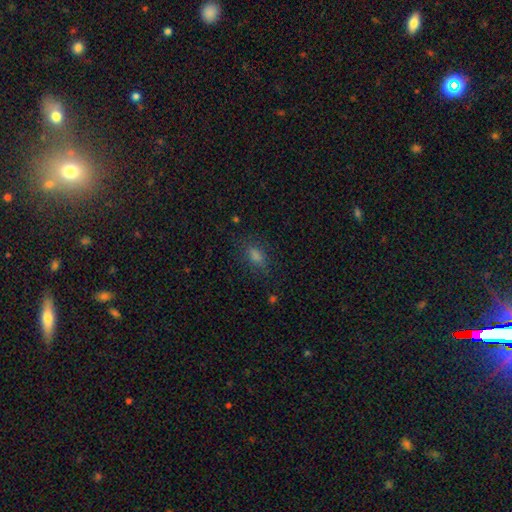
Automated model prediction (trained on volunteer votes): The model was most divided on "smooth or featured": smooth: 68%, star or artifact: 21%, featured or disk: 11%. More confident: how rounded — in between (77%); merging — none (77%).